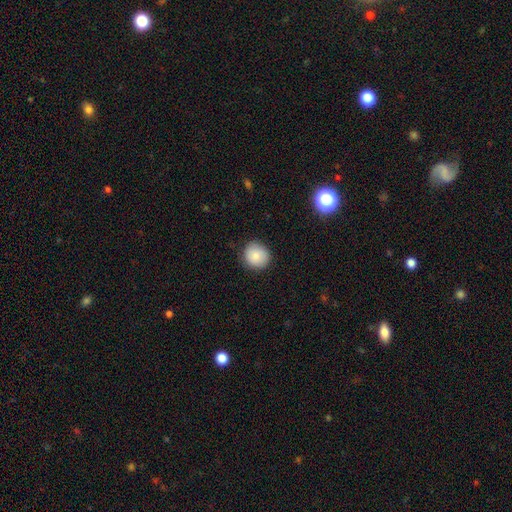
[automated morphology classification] type=smooth (85%); roundness=round (90%); merging=none (87%).